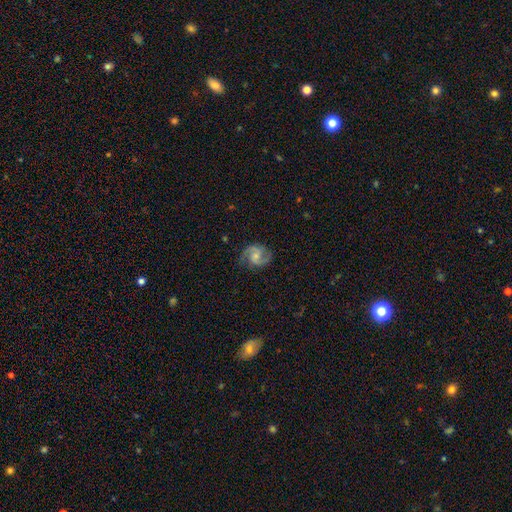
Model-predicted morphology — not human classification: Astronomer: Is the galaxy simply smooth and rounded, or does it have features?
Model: featured or disk — 83%.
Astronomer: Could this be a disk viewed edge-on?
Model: no — 98%.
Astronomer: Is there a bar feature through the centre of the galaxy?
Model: no — 52% (runner-up: weak, 40%).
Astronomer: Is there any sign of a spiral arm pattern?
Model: yes — 97%.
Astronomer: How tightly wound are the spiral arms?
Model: medium — 57%.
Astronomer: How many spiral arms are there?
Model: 2 — 92%.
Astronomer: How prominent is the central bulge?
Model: small — 51% (runner-up: moderate, 37%).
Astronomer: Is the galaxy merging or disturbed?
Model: none — 79%.